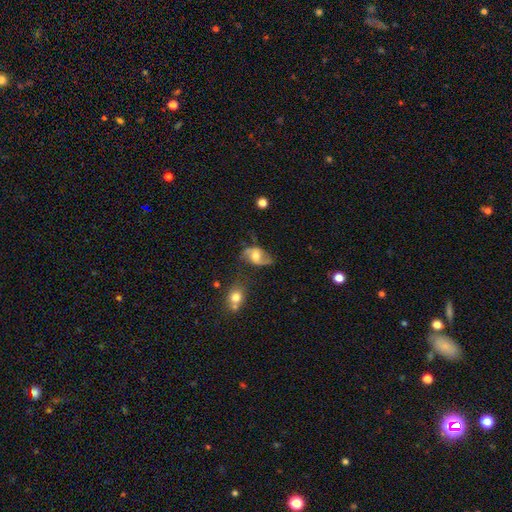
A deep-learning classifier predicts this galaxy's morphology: Q: Smooth or featured?
A: featured or disk (69%); runner-up: smooth (22%)
Q: Edge-on disk?
A: no (96%); runner-up: yes (4%)
Q: Bar?
A: no (46%); runner-up: weak (42%)
Q: Spiral arms?
A: yes (89%); runner-up: no (11%)
Q: Spiral winding?
A: loose (62%); runner-up: medium (30%)
Q: Spiral arm count?
A: 2 (88%); runner-up: can't tell (5%)
Q: Bulge size?
A: moderate (57%); runner-up: small (19%)
Q: Merging?
A: none (58%); runner-up: minor disturbance (23%)